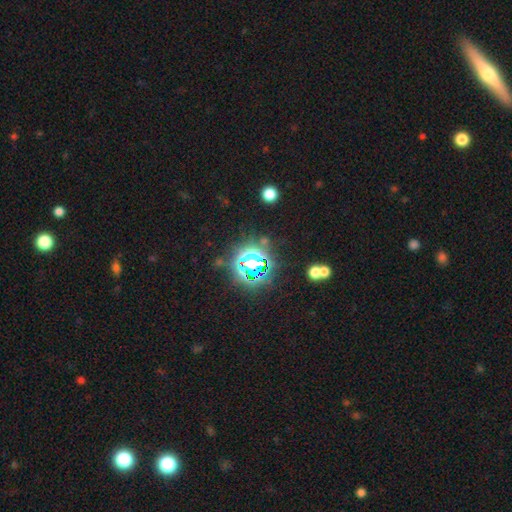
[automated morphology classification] This is likely a star or artifact rather than a galaxy (79%).